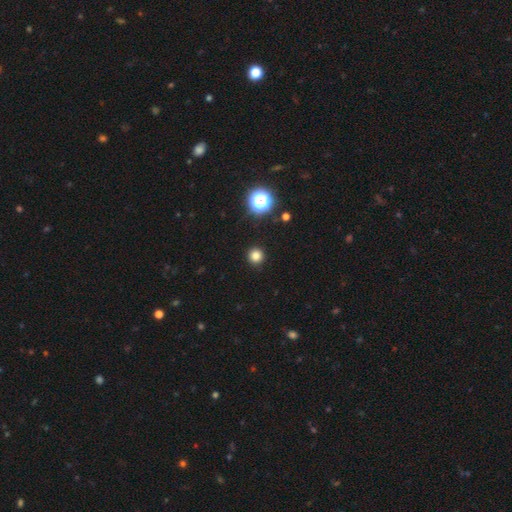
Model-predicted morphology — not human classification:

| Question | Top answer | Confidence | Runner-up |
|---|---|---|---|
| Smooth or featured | smooth | 80% | star or artifact (16%) |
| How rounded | round | 96% | in between (3%) |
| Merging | none | 93% | minor disturbance (4%) |